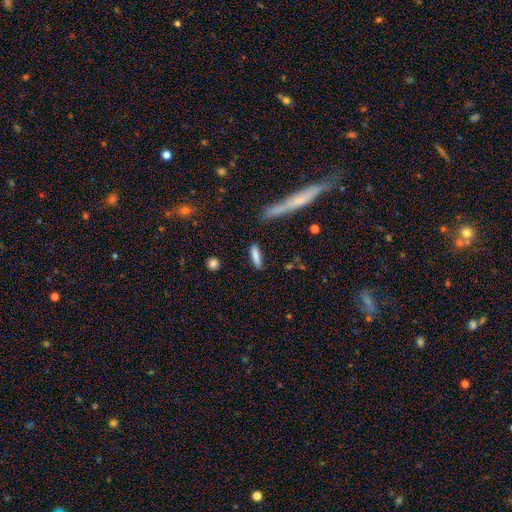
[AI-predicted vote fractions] Smooth or featured: smooth — 82% (featured or disk — 11%)
How rounded: cigar-shaped — 75% (in between — 23%)
Merging: none — 82% (minor disturbance — 11%)